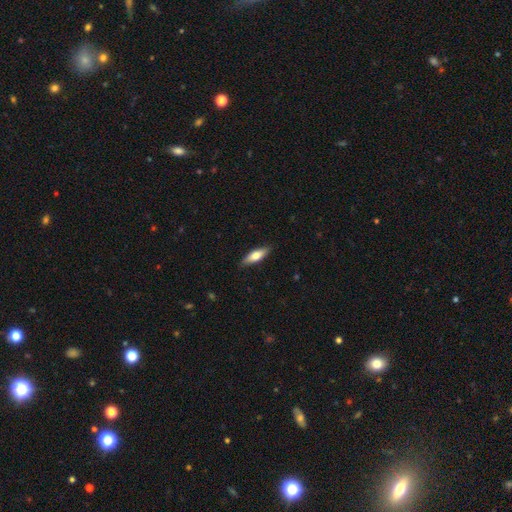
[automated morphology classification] smooth_or_featured: smooth (p=0.69) [alt: featured or disk p=0.26]
how_rounded: in between (p=0.49) [alt: cigar-shaped p=0.48]
merging: none (p=0.88) [alt: minor disturbance p=0.09]